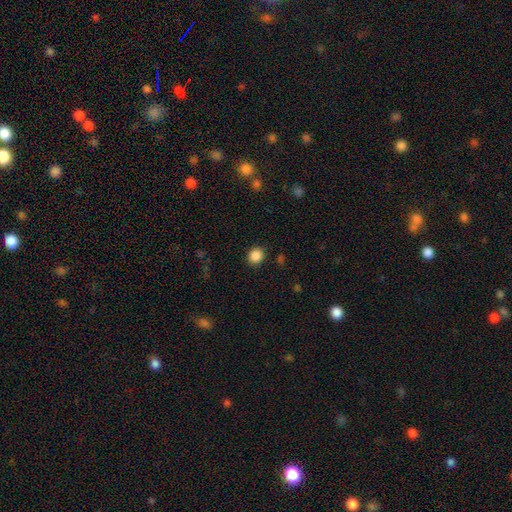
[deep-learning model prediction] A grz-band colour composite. It shows a smooth galaxy with no disk features (87%) that is round (79%). Merging: none (89%).